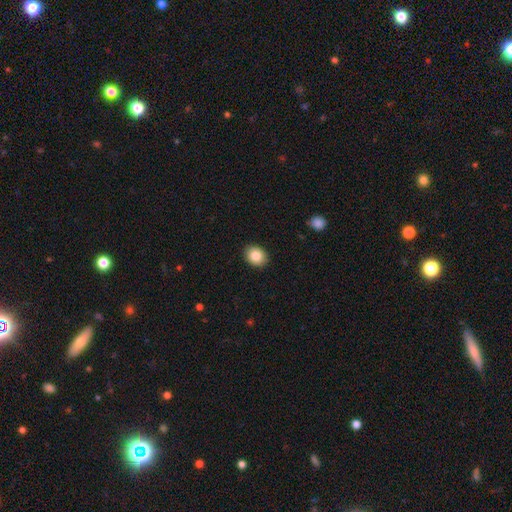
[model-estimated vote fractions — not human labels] smooth 85%, star or artifact 9%, featured or disk 7%. Down the decision tree: how rounded — round (54%); merging — none (90%).